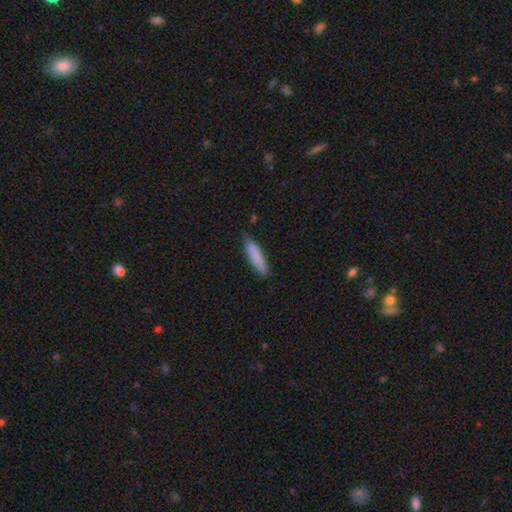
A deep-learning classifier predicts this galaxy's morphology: This is clearly a smooth galaxy (86%). How rounded: likely cigar-shaped (75%). Merging: clearly none (81%).